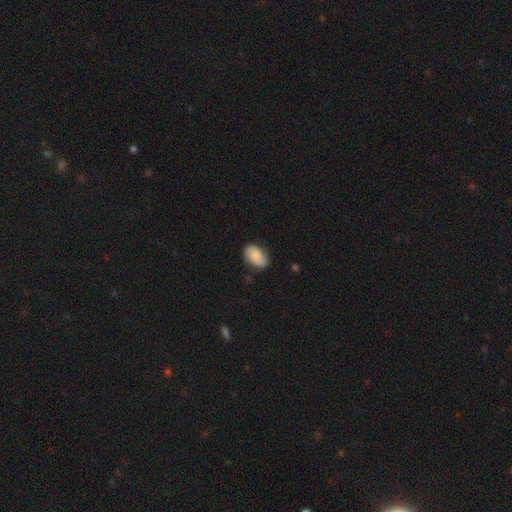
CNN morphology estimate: This is likely a smooth galaxy (77%). How rounded: clearly in between (91%). Merging: likely none (74%).